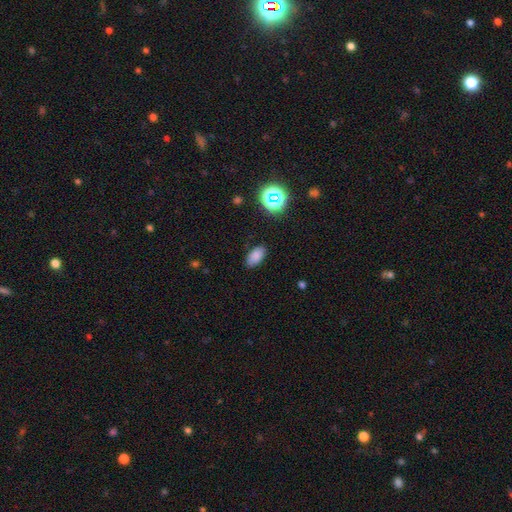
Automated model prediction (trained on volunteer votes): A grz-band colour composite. It shows a smooth galaxy with no disk features (81%) that is in between round and cigar-shaped (92%). Merging: none (85%).